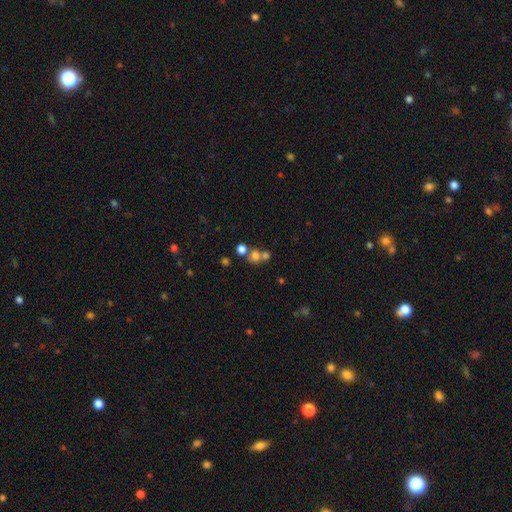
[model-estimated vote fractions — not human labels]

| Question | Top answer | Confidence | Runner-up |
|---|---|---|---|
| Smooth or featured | smooth | 68% | star or artifact (18%) |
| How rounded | round | 78% | in between (21%) |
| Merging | merger | 47% | none (41%) |